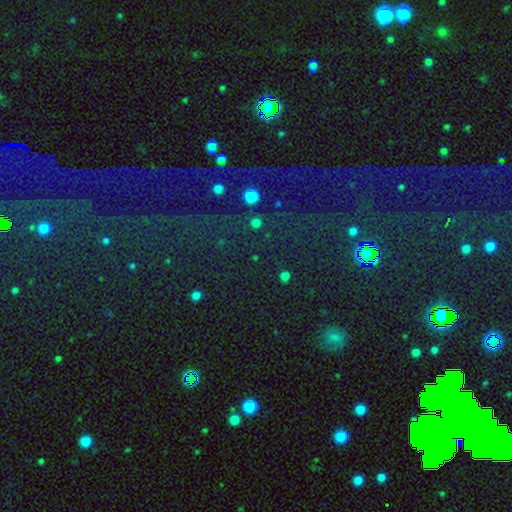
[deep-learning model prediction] smooth-or-featured: star or artifact: 77% | smooth: 15% | featured or disk: 8%